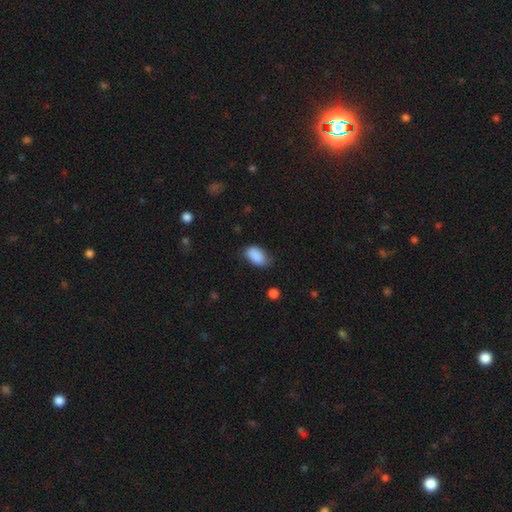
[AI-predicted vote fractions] Overall: smooth (88%). How rounded: in between (93%). Merging: none (66%; minor disturbance 27%).